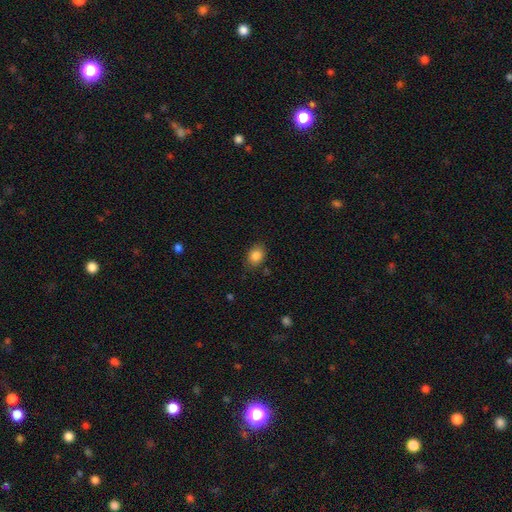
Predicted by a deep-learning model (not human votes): Overall: smooth (86%). How rounded: in between (64%; round 35%). Merging: none (80%).